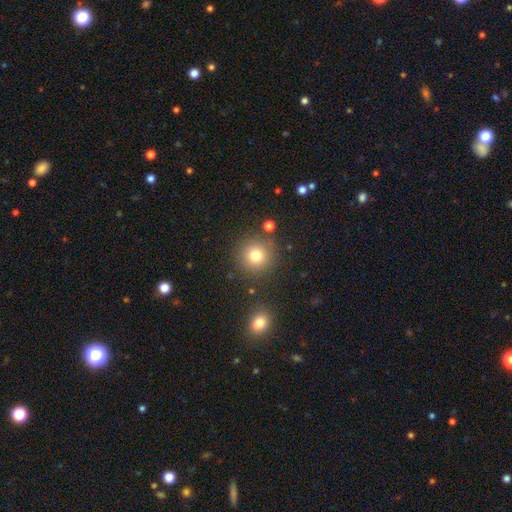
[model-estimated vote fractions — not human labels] Overall: smooth (78%). How rounded: round (94%). Merging: none (85%).